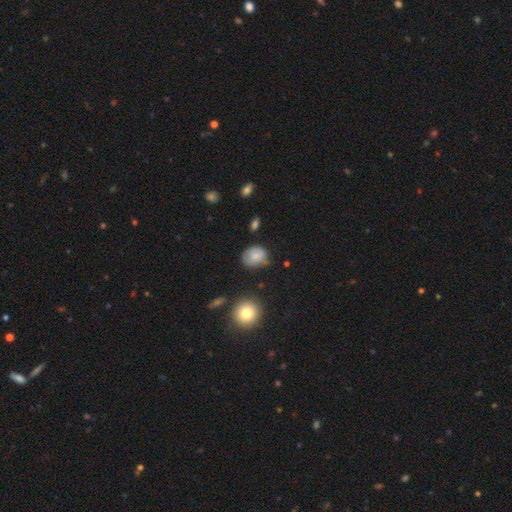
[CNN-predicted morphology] smooth_or_featured: smooth (p=0.73) [alt: featured or disk p=0.18]
how_rounded: round (p=0.51) [alt: in between p=0.48]
merging: none (p=0.58) [alt: minor disturbance p=0.31]